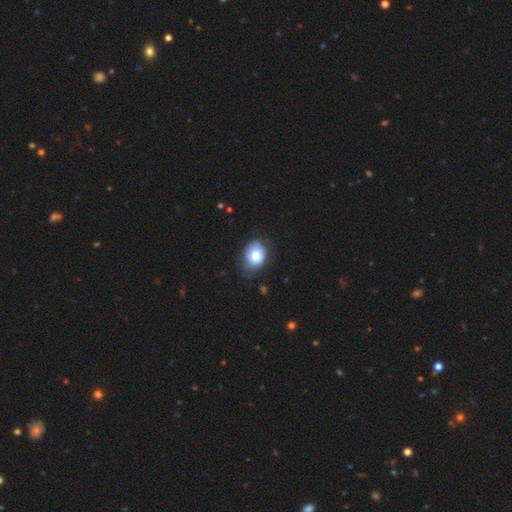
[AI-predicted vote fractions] This is likely a smooth galaxy (72%). How rounded: possibly in between (57%). Merging: possibly none (54%).